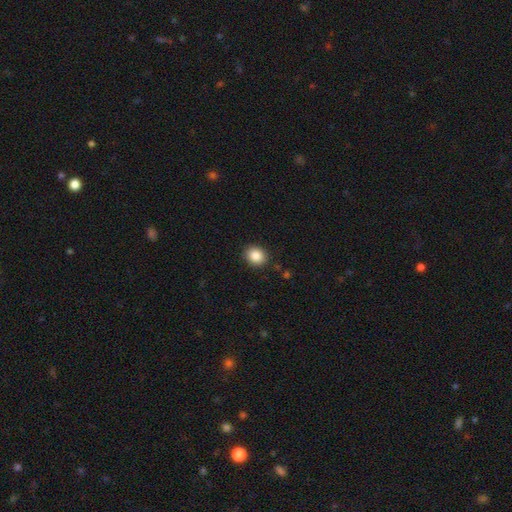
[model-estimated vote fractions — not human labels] A smooth galaxy with no disk features (87%) that is round (69%).

Vote fractions:
- Smooth or featured? smooth: 87% / star or artifact: 9% / featured or disk: 4%
- How rounded? round: 69% / in between: 30% / cigar-shaped: 1%
- Merging? none: 89% / minor disturbance: 7% / major disturbance: 2% / merger: 1%